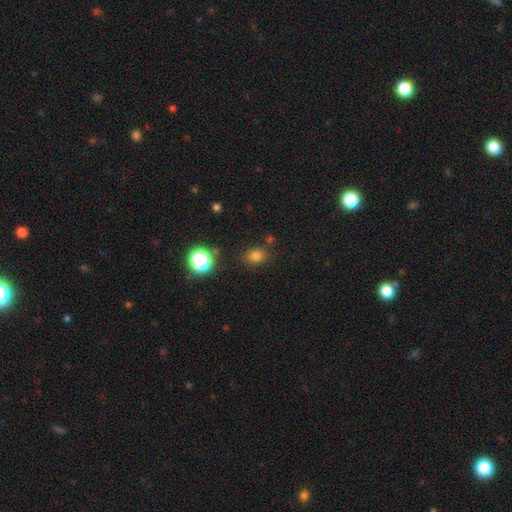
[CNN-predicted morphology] A smooth galaxy with no disk features (76%) that is round (51%). Merging: none (81%).